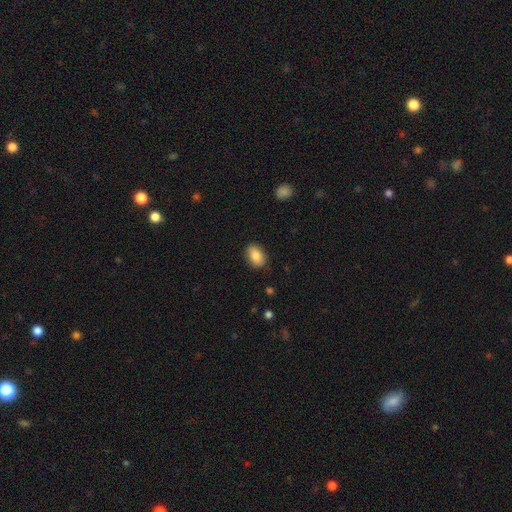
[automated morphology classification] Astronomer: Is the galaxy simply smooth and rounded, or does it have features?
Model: smooth — 85%.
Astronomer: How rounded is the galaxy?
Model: in between — 86%.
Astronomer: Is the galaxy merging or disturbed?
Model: none — 86%.